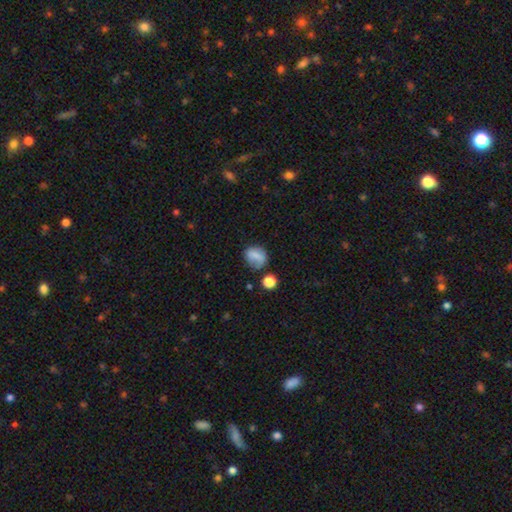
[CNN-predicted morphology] A smooth galaxy with no disk features (73%) that is round (55%). Merging: none (58%).